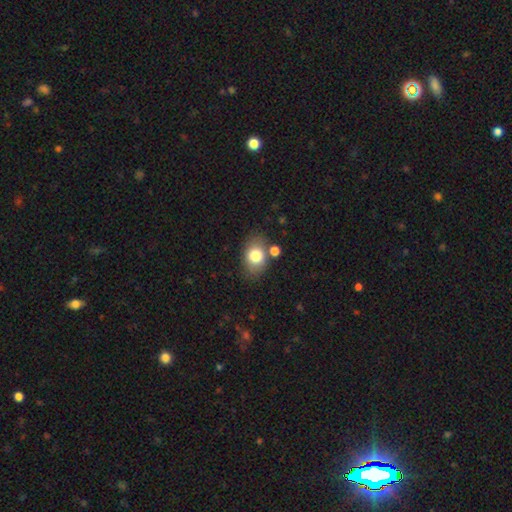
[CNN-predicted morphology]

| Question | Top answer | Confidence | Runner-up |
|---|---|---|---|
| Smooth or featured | smooth | 78% | featured or disk (13%) |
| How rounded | in between | 72% | round (27%) |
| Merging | none | 71% | minor disturbance (15%) |